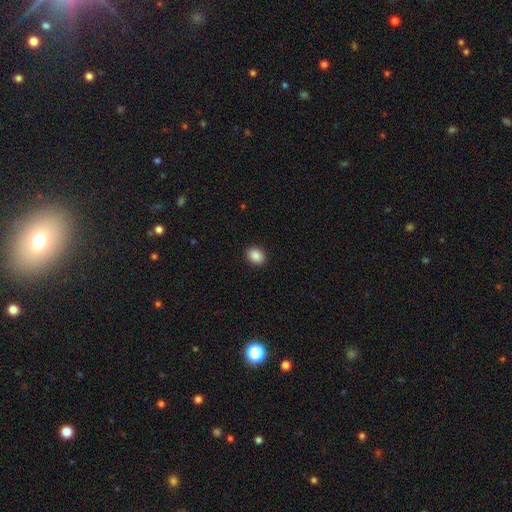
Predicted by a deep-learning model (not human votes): This is clearly a smooth galaxy (88%). How rounded: possibly in between (57%). Merging: clearly none (91%).